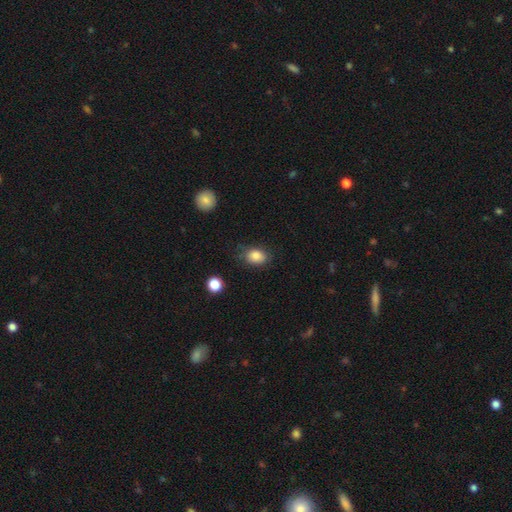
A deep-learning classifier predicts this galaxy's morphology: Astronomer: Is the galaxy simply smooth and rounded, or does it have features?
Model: smooth — 85%.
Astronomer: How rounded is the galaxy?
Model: in between — 73%.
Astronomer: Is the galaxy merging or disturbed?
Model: none — 72%.